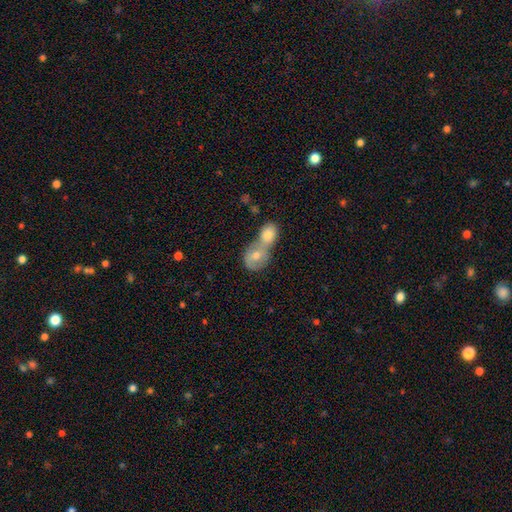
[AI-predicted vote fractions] Morphology: type=smooth (67%); roundness=round (68%); merging=merger (75%).